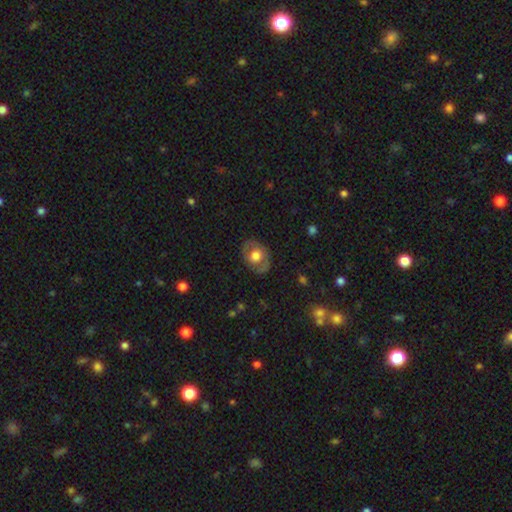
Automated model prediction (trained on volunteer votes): smooth-or-featured: smooth: 50% | featured or disk: 43% | star or artifact: 7%
  merging: none: 78% | minor disturbance: 15% | major disturbance: 6% | merger: 1%